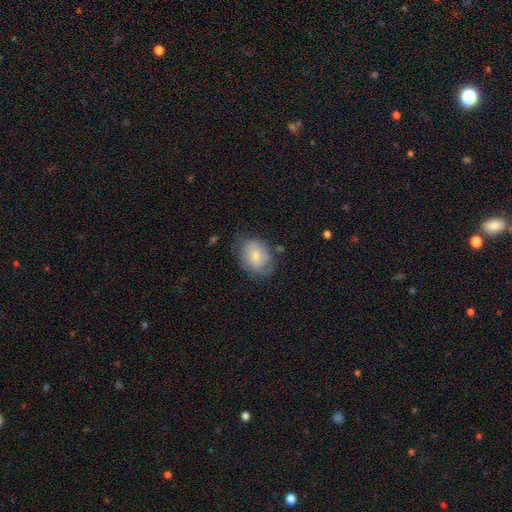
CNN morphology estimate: smooth 67%, featured or disk 26%, star or artifact 7%. Down the decision tree: how rounded — in between (59%); merging — none (60%).